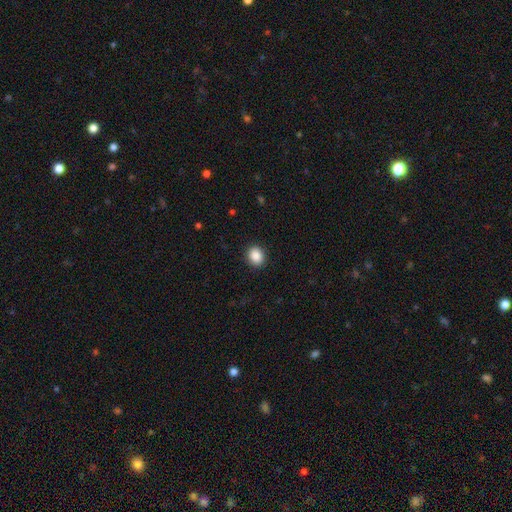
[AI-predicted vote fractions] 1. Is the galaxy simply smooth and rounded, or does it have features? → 87% smooth, 9% star or artifact, 4% featured or disk.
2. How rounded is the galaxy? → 66% round, 33% in between, 1% cigar-shaped.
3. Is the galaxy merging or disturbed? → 91% none, 6% minor disturbance, 2% major disturbance, 1% merger.